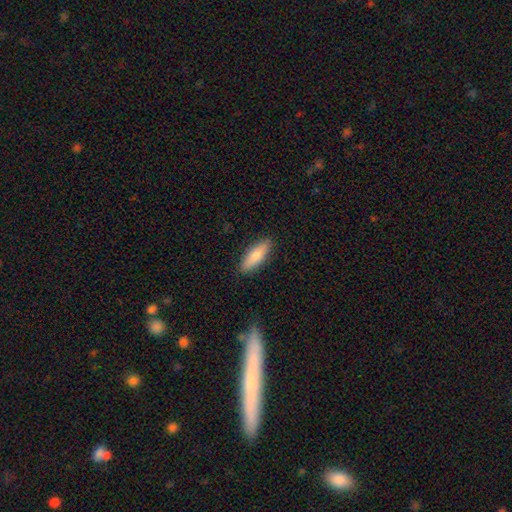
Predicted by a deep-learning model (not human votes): A smooth galaxy with no disk features (84%) that is in between round and cigar-shaped (55%).

Vote fractions:
- Smooth or featured? smooth: 84% / featured or disk: 10% / star or artifact: 6%
- How rounded? in between: 55% / cigar-shaped: 43% / round: 2%
- Merging? none: 89% / minor disturbance: 8% / major disturbance: 2% / merger: 1%